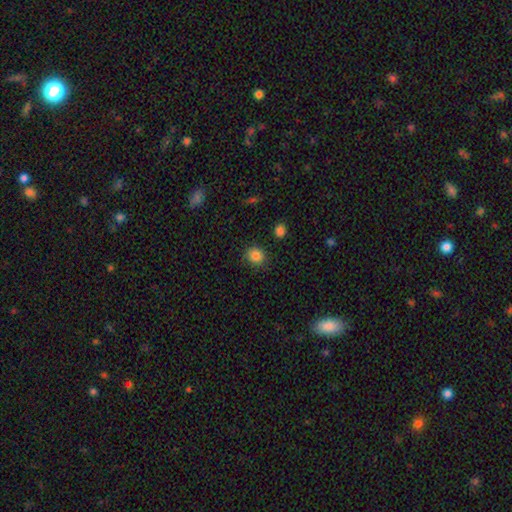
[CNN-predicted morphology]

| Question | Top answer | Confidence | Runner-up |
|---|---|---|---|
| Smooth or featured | smooth | 84% | star or artifact (11%) |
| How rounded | round | 81% | in between (18%) |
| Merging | none | 87% | minor disturbance (9%) |